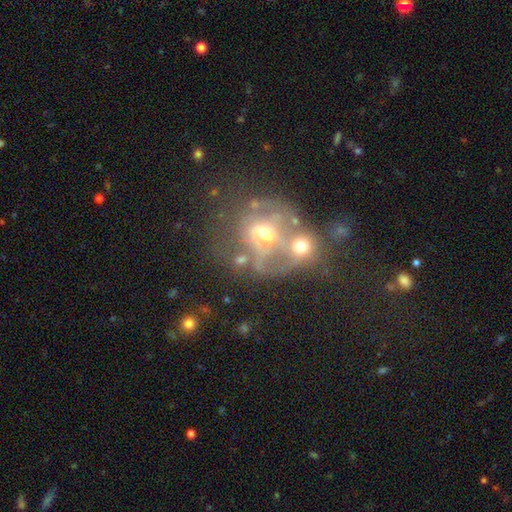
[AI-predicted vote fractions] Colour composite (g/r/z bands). It shows a featured or disk galaxy (52%). Merging: merger (52%).